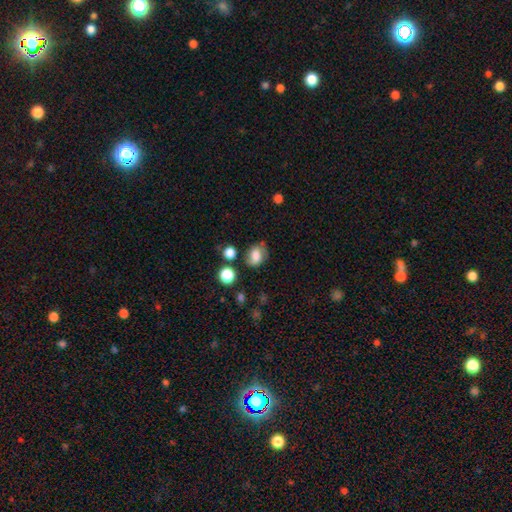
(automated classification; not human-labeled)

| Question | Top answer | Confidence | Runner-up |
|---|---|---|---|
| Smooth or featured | smooth | 68% | featured or disk (20%) |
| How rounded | in between | 61% | round (38%) |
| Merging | none | 65% | minor disturbance (22%) |